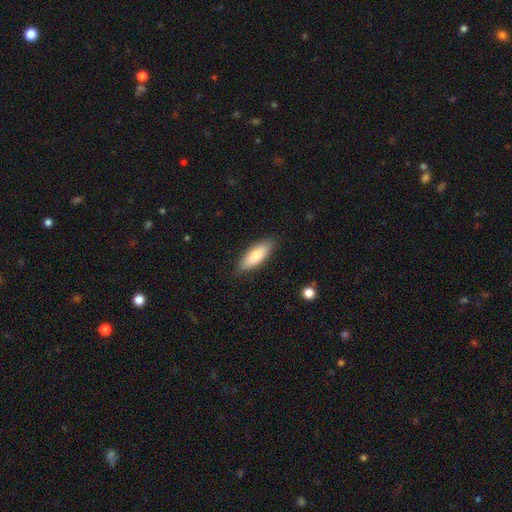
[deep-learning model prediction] Smooth or featured?
  - smooth: 77% *
  - featured or disk: 17%
  - star or artifact: 6%
How rounded?
  - in between: 58% *
  - cigar-shaped: 40%
  - round: 2%
Merging?
  - none: 86% *
  - minor disturbance: 11%
  - major disturbance: 2%
  - merger: 1%